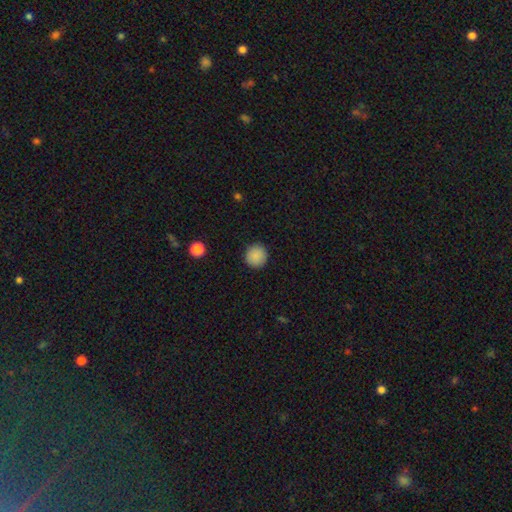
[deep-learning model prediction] Overall: smooth (88%). How rounded: round (94%). Merging: none (92%).